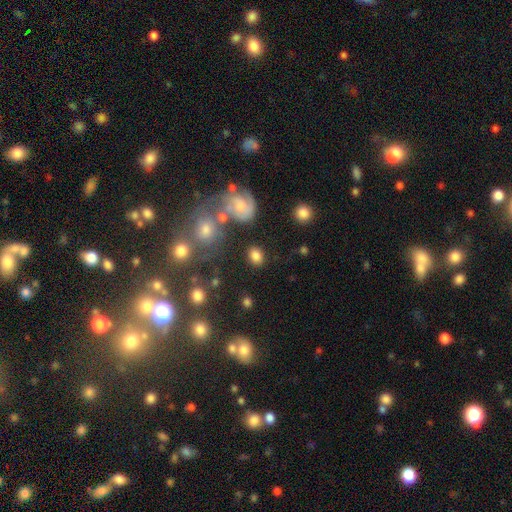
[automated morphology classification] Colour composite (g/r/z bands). It shows a smooth galaxy with no disk features (80%) that is in between round and cigar-shaped (60%). Merging: none (79%).